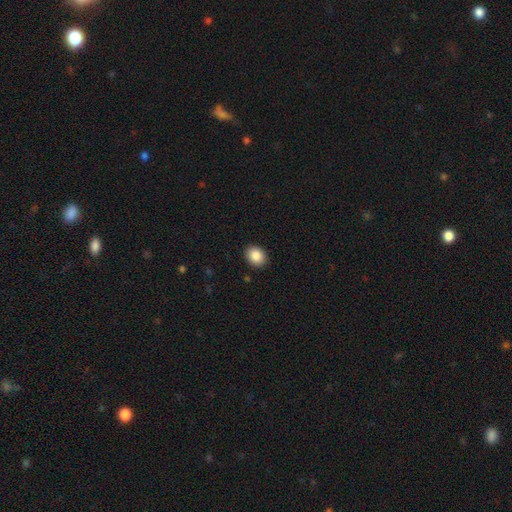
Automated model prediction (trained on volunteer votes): A smooth galaxy with no disk features (88%) that is in between round and cigar-shaped (54%). Merging: none (90%).